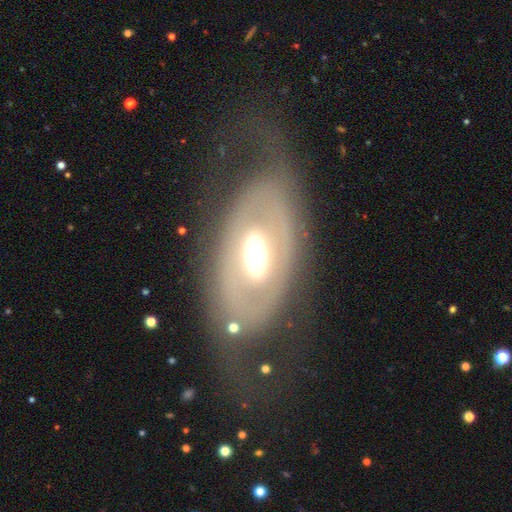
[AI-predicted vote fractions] Smooth or featured: featured or disk — 67% (smooth — 26%)
Edge-on disk: no — 89% (yes — 11%)
Bar: no — 67% (weak — 20%)
Spiral arms: no — 72% (yes — 28%)
Bulge size: moderate — 46% (large — 38%)
Merging: none — 63% (major disturbance — 20%)